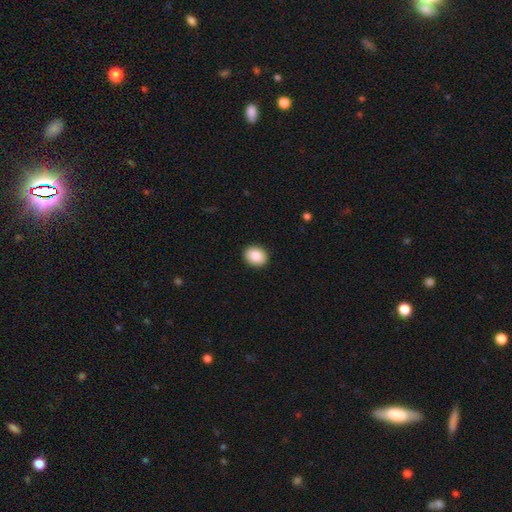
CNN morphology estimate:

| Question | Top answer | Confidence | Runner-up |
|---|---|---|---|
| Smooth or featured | smooth | 86% | star or artifact (8%) |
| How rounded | round | 52% | in between (47%) |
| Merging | none | 91% | minor disturbance (6%) |